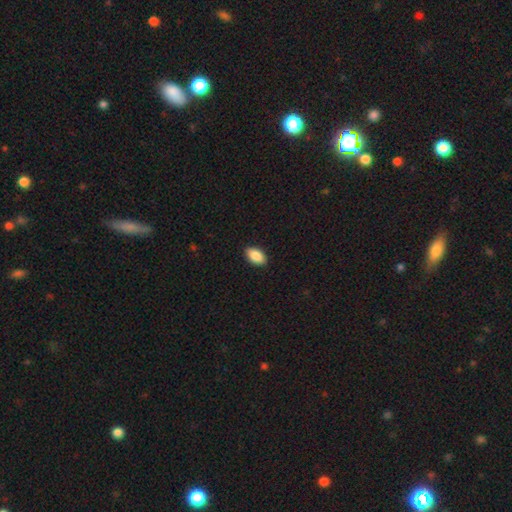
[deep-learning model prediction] smooth-or-featured: smooth: 89% | star or artifact: 7% | featured or disk: 4%
  how-rounded: in between: 93% | round: 5% | cigar-shaped: 2%
  merging: none: 90% | minor disturbance: 7% | major disturbance: 2% | merger: 1%